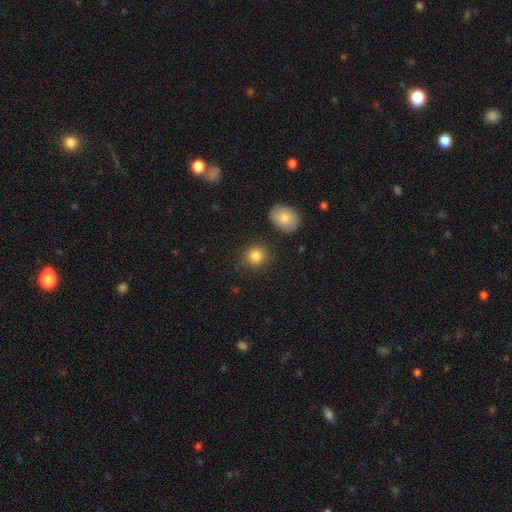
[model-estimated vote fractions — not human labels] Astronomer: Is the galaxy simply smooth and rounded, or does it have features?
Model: smooth — 84%.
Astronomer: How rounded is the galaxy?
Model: round — 82%.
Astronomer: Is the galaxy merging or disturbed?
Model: none — 81%.